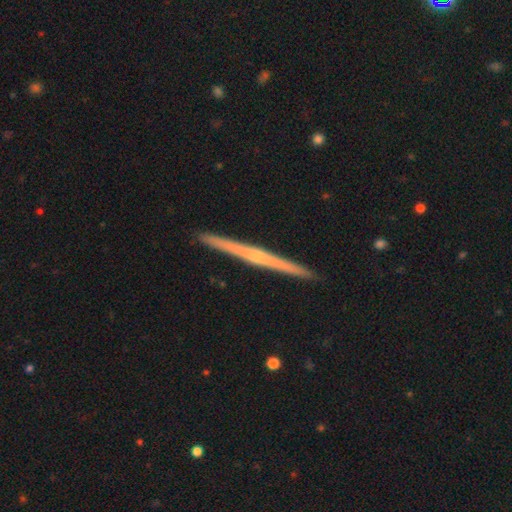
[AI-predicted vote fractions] smooth-or-featured: featured or disk: 71% | smooth: 24% | star or artifact: 5%
  disk-edge-on: yes: 98% | no: 2%
    edge-on-bulge: rounded: 46% (tied) | none: 46% (tied) | boxy: 7%
  merging: none: 93% | minor disturbance: 5% | merger: 1% | major disturbance: 1%